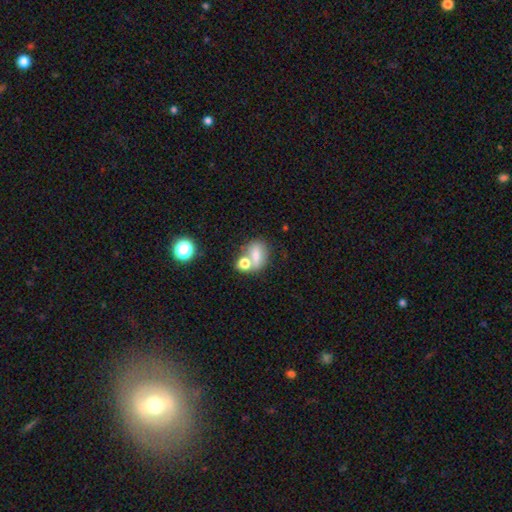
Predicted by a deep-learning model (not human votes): Overall: smooth (68%). How rounded: in between (62%; round 35%). Merging: none (40%, tied with merger).